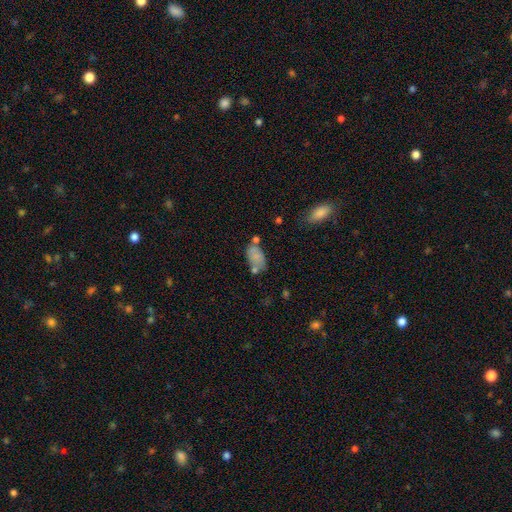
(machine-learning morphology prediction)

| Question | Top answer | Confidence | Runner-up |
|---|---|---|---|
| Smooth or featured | smooth | 77% | featured or disk (15%) |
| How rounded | in between | 92% | round (6%) |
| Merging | none | 48% | minor disturbance (23%) |